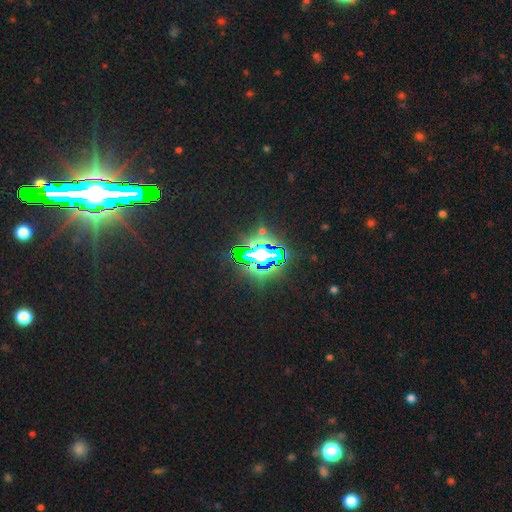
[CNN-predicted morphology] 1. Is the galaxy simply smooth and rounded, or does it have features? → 77% star or artifact, 14% smooth, 10% featured or disk.